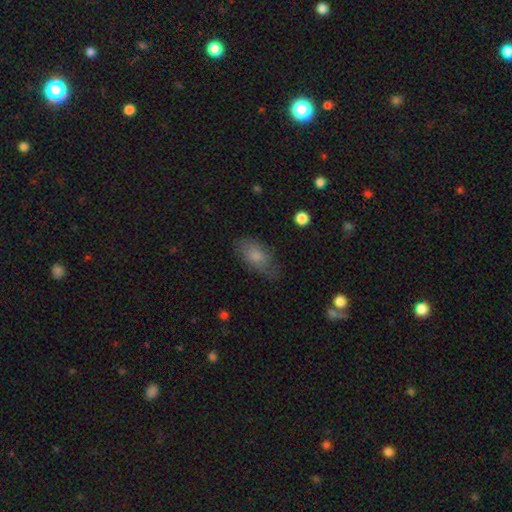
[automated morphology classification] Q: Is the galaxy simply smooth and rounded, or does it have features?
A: smooth — 76%.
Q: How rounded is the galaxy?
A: in between — 90%.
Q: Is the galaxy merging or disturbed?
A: none — 69%.